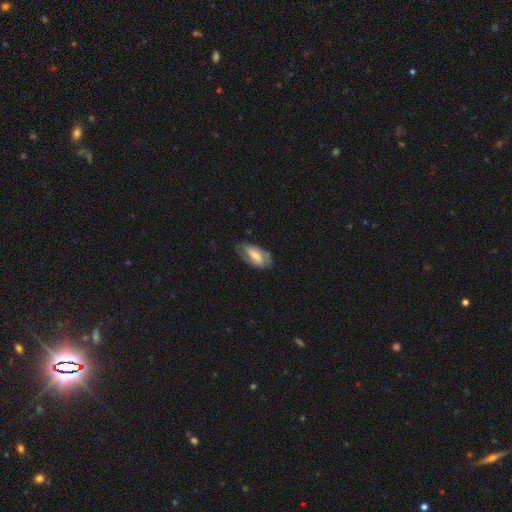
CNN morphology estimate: The model was most divided on "smooth or featured": smooth: 49%, featured or disk: 44%, star or artifact: 7%. More confident: merging — none (61%).